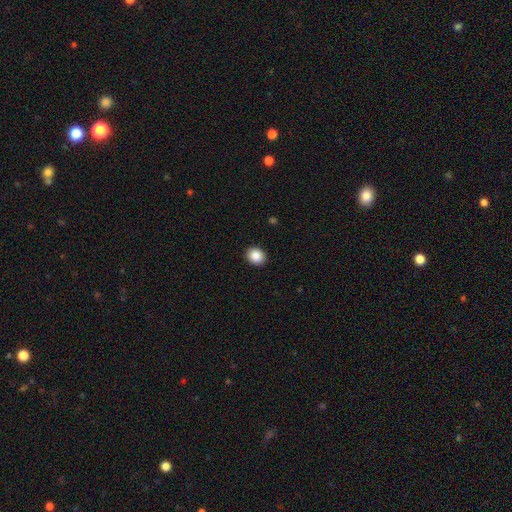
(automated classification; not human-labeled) Morphology: type=smooth (87%); roundness=round (66%); merging=none (92%).